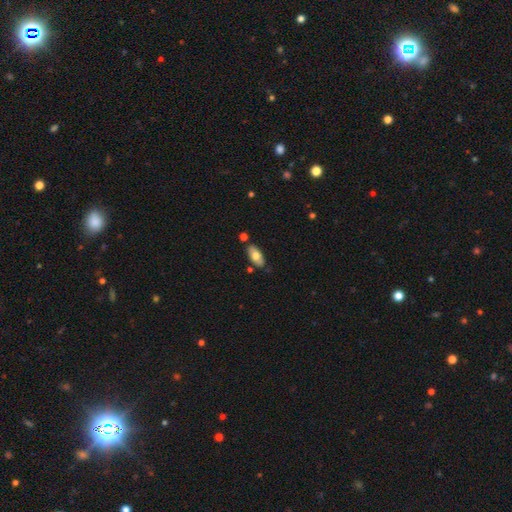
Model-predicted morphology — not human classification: type=smooth (69%); roundness=in between (91%); merging=none (79%).